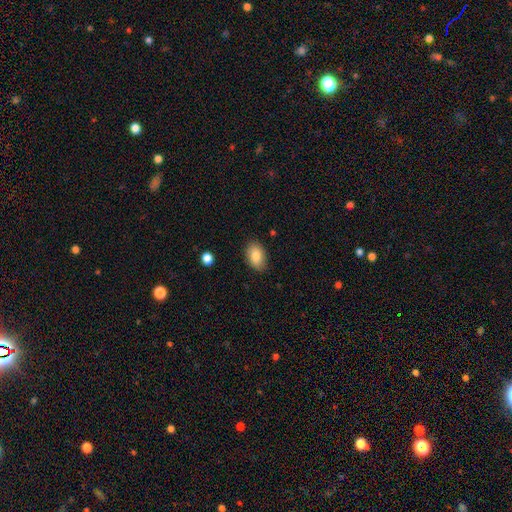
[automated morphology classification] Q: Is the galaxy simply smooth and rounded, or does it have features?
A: smooth — 83%.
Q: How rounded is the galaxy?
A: in between — 86%.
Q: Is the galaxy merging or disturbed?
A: none — 85%.